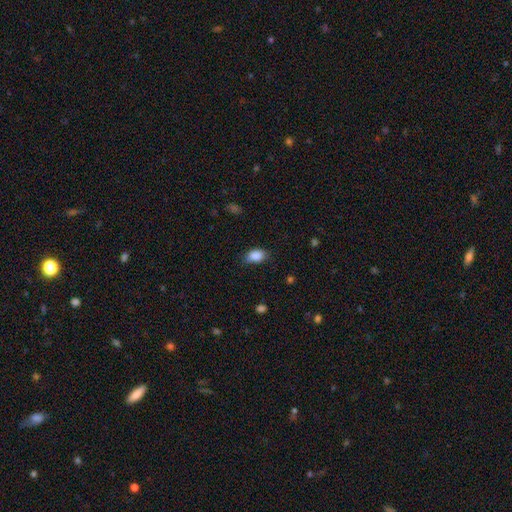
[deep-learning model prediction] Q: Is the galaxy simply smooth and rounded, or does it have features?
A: smooth — 87%.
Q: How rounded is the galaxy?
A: in between — 83%.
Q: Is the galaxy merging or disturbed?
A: none — 72%.